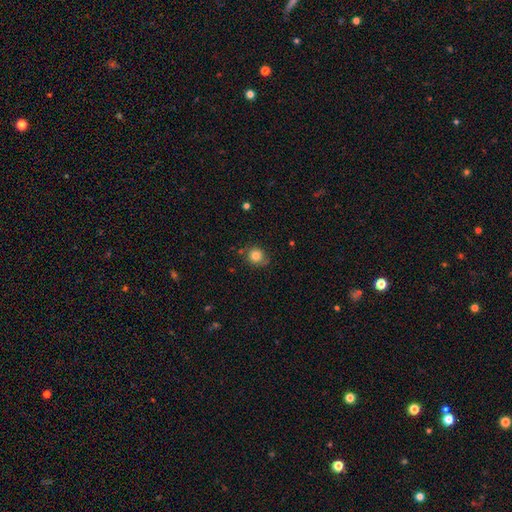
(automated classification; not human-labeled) Smooth or featured? Predicted: smooth (p=0.81). How rounded? Predicted: round (p=0.84). Merging? Predicted: none (p=0.75).